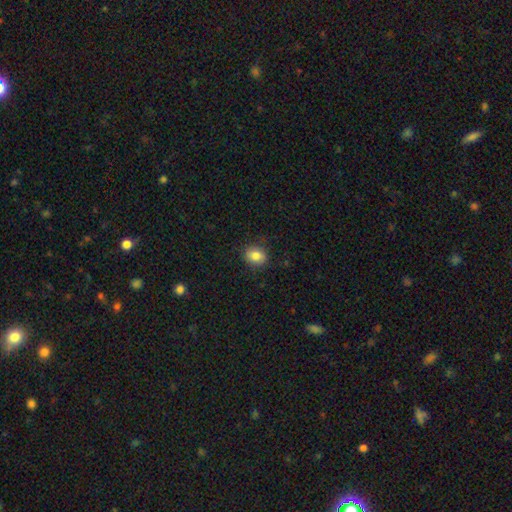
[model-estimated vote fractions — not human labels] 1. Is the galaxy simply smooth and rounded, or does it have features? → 84% smooth, 10% star or artifact, 7% featured or disk.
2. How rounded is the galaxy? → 64% round, 35% in between, 1% cigar-shaped.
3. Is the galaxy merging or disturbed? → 85% none, 11% minor disturbance, 3% major disturbance, 1% merger.